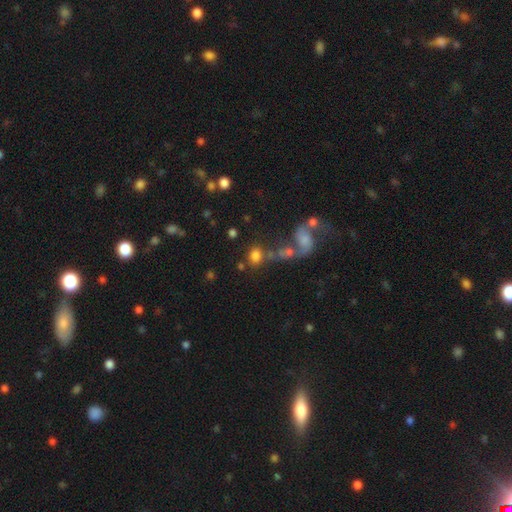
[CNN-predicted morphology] Smooth or featured: smooth — 76% (star or artifact — 12%)
How rounded: round — 60% (in between — 38%)
Merging: none — 55% (merger — 25%)